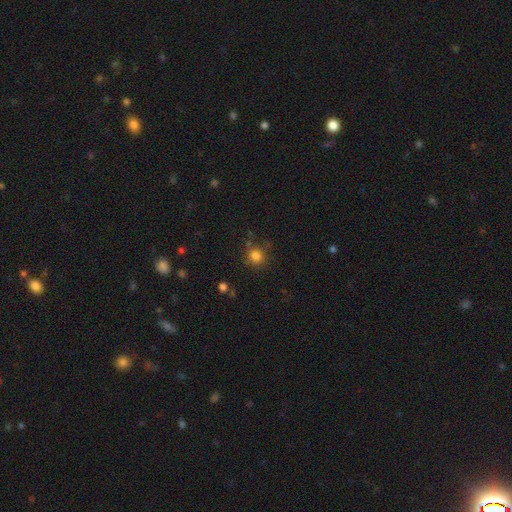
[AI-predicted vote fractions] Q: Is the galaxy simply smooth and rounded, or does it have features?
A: smooth — 82%.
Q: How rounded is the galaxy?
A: round — 91%.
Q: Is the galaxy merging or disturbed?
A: none — 78%.